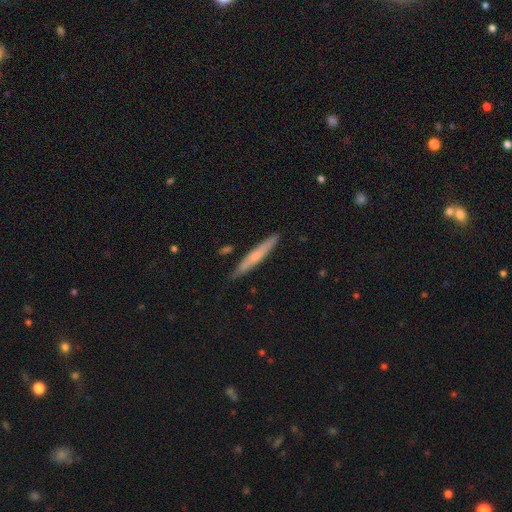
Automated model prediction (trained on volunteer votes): Q: Smooth or featured?
A: smooth (52%); runner-up: featured or disk (42%)
Q: How rounded?
A: cigar-shaped (95%); runner-up: in between (4%)
Q: Merging?
A: none (84%); runner-up: minor disturbance (12%)